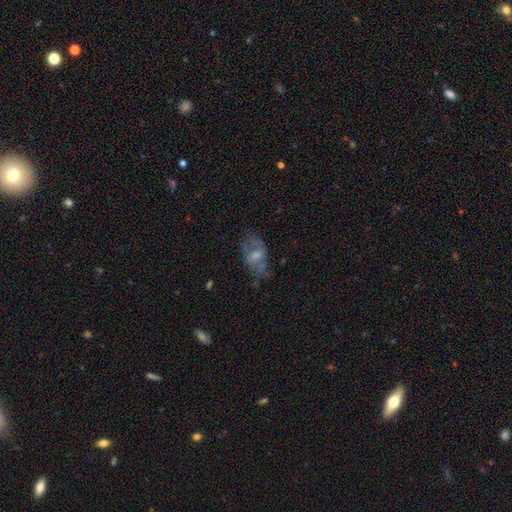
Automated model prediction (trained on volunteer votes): Smooth or featured: featured or disk — 51% (smooth — 39%)
Edge-on disk: no — 93% (yes — 7%)
Merging: none — 47% (major disturbance — 25%)